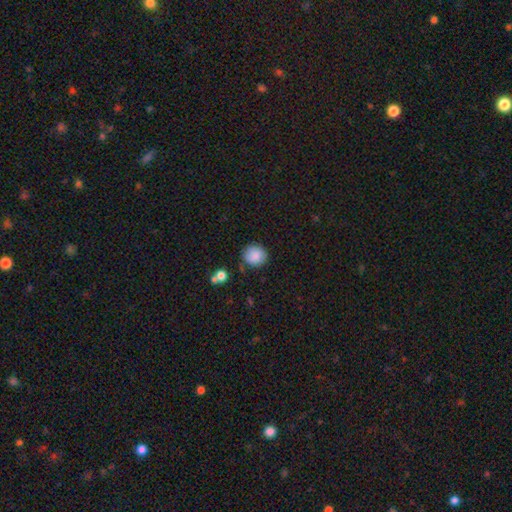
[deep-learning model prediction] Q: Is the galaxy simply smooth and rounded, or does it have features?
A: smooth — 86%.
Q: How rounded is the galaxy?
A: round — 84%.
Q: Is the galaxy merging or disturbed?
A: none — 79%.